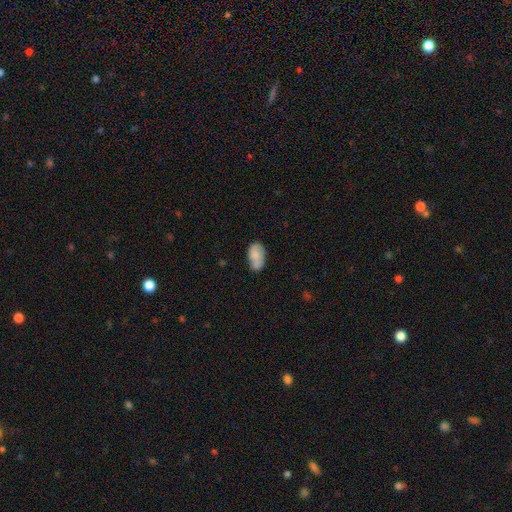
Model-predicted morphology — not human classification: Smooth or featured? smooth (74%)
How rounded? in between (93%)
Merging? none (54%)